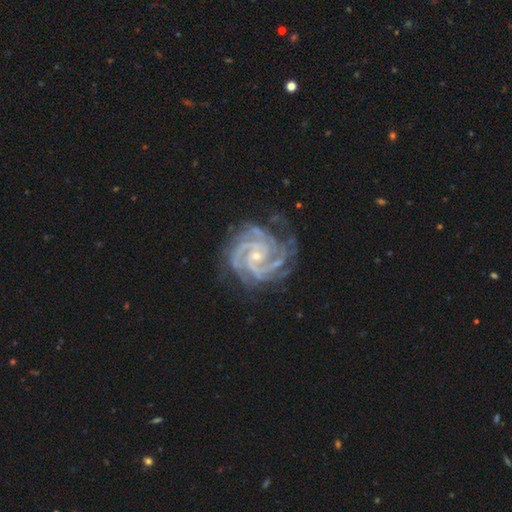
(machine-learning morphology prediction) The model was most divided on "spiral arm count": 3: 36%, 4: 22%, 2: 20%, can't tell: 9%, more than 4: 7%, 1: 6%. More confident: spiral arms — yes (99%); edge-on disk — no (98%); smooth or featured — featured or disk (94%); bulge size — small (75%); spiral winding — tight (75%); merging — none (71%); bar — no (62%).